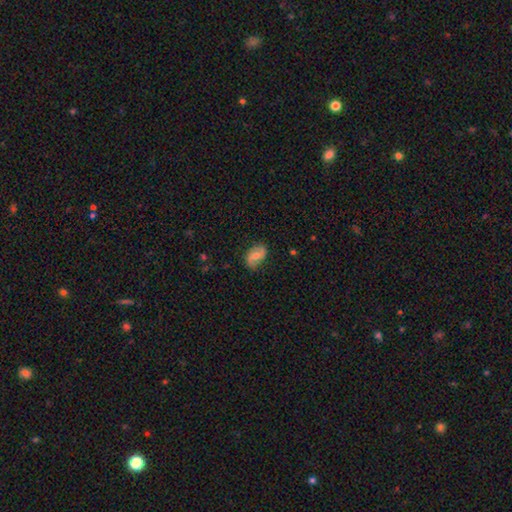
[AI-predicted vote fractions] Morphology: type=featured or disk (51%); edge-on=no (96%); merging=none (72%).